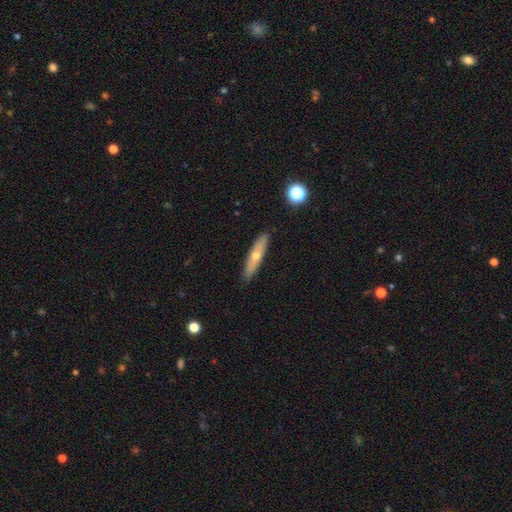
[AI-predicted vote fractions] smooth_or_featured: featured or disk (p=0.46) [alt: smooth p=0.45]
merging: none (p=0.88) [alt: minor disturbance p=0.09]